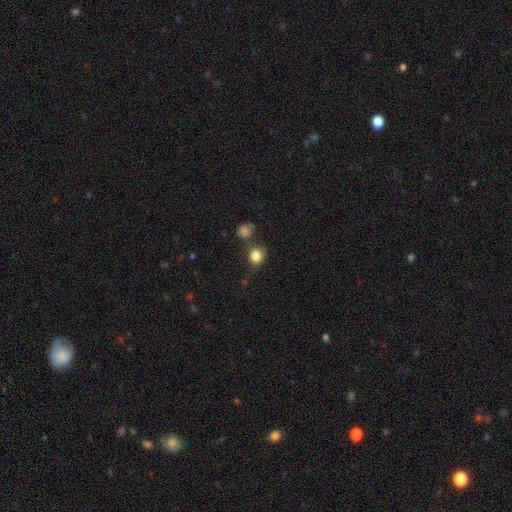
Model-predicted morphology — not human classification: A smooth galaxy with no disk features (84%) that is round (71%). Merging: none (64%).